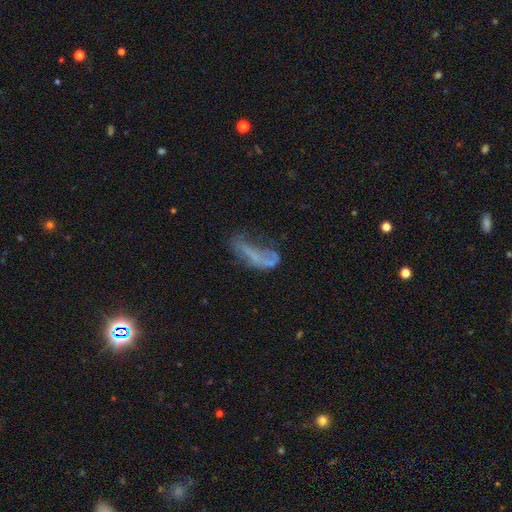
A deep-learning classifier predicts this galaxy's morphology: type=featured or disk (47%); merging=major disturbance (43%).